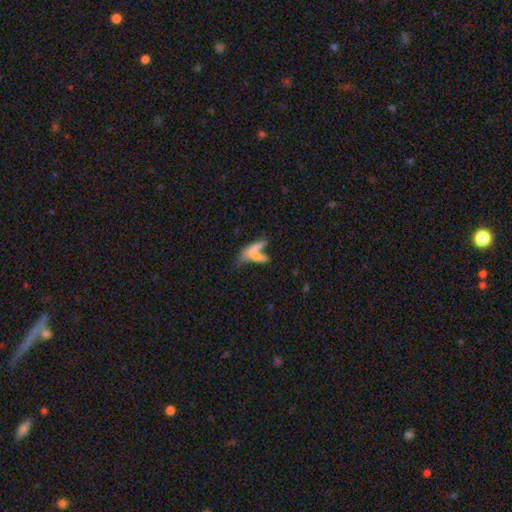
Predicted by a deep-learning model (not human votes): The model was most divided on "how rounded": cigar-shaped: 55%, in between: 41%, round: 5%. More confident: smooth or featured — smooth (62%); merging — merger (54%).